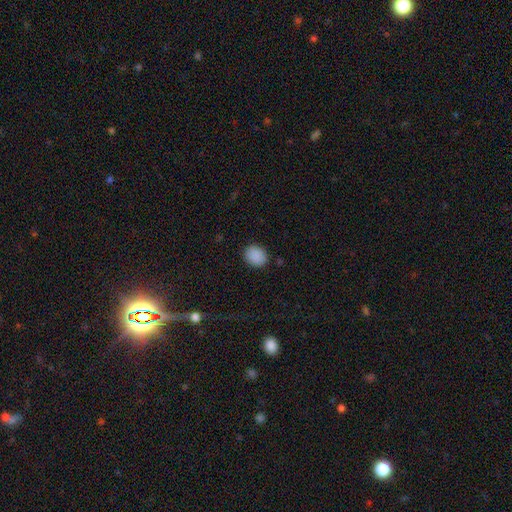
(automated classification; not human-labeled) smooth_or_featured: smooth (p=0.89) [alt: star or artifact p=0.09]
how_rounded: round (p=0.55) [alt: in between p=0.44]
merging: none (p=0.87) [alt: minor disturbance p=0.09]